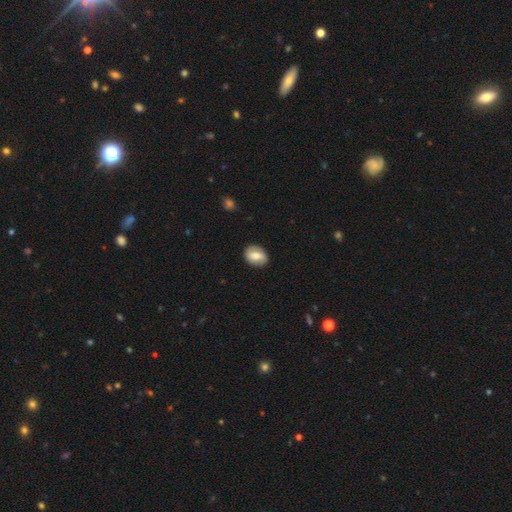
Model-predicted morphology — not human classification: Q: Smooth or featured?
A: smooth (68%); runner-up: featured or disk (24%)
Q: How rounded?
A: in between (58%); runner-up: round (41%)
Q: Merging?
A: none (84%); runner-up: minor disturbance (12%)